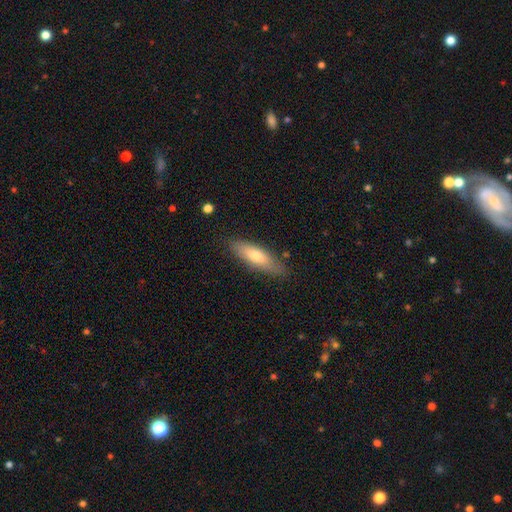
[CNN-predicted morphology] Smooth or featured?
  - smooth: 69% *
  - featured or disk: 25%
  - star or artifact: 6%
How rounded?
  - cigar-shaped: 52% *
  - in between: 47%
  - round: 2%
Merging?
  - none: 81% *
  - minor disturbance: 14%
  - major disturbance: 3%
  - merger: 2%